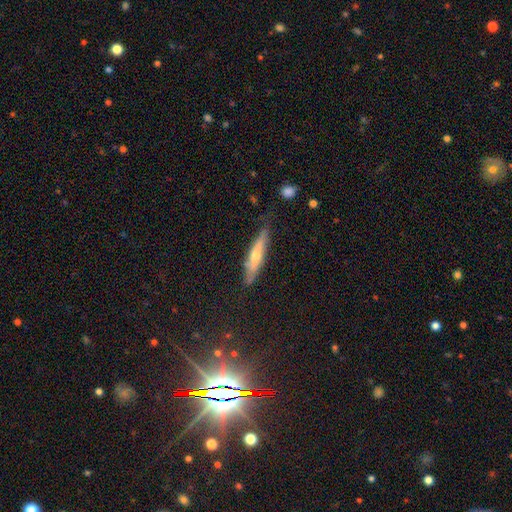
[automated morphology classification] Overall: featured or disk (53%; smooth 36%). Edge-on disk: yes (84%). Merging: none (74%).